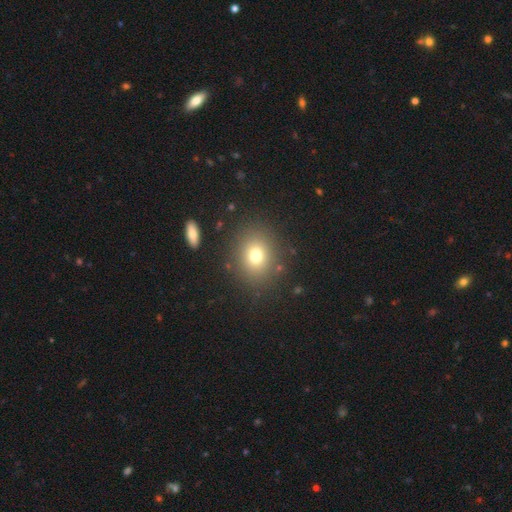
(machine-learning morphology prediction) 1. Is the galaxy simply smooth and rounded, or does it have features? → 74% smooth, 15% star or artifact, 11% featured or disk.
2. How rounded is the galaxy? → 67% round, 32% in between, 1% cigar-shaped.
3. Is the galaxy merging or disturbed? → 85% none, 8% minor disturbance, 4% major disturbance, 3% merger.